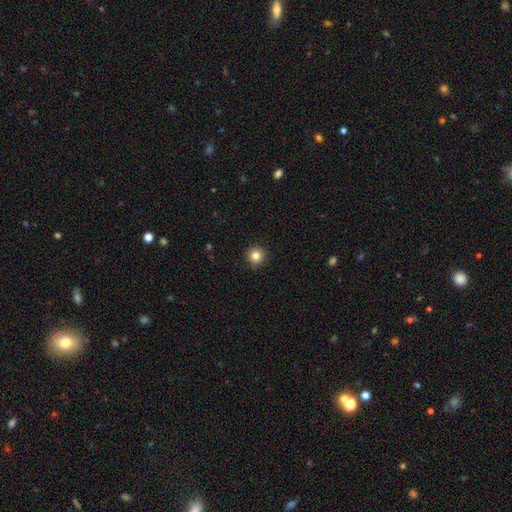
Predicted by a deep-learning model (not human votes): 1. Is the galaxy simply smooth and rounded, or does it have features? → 83% smooth, 11% star or artifact, 6% featured or disk.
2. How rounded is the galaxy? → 95% round, 4% in between, 1% cigar-shaped.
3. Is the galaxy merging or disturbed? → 93% none, 5% minor disturbance, 1% major disturbance, 1% merger.